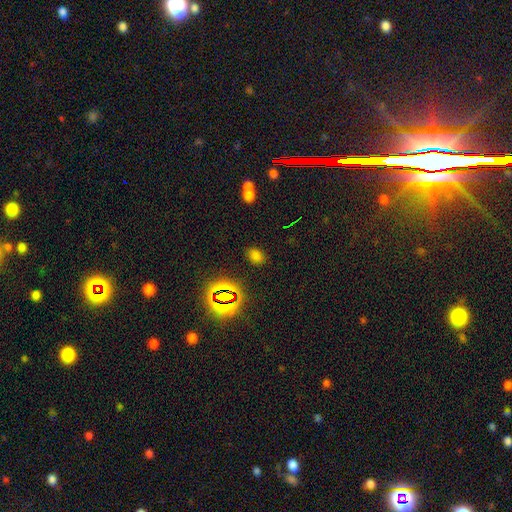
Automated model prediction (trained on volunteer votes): Smooth or featured: smooth — 67% (star or artifact — 27%)
How rounded: in between — 73% (round — 26%)
Merging: none — 83% (minor disturbance — 10%)